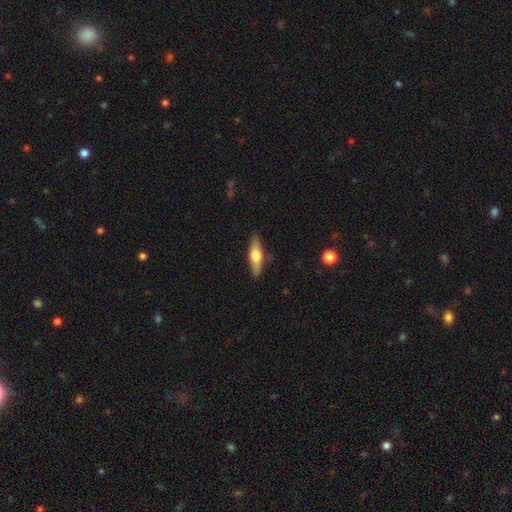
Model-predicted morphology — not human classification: type=featured or disk (49%); merging=none (85%).